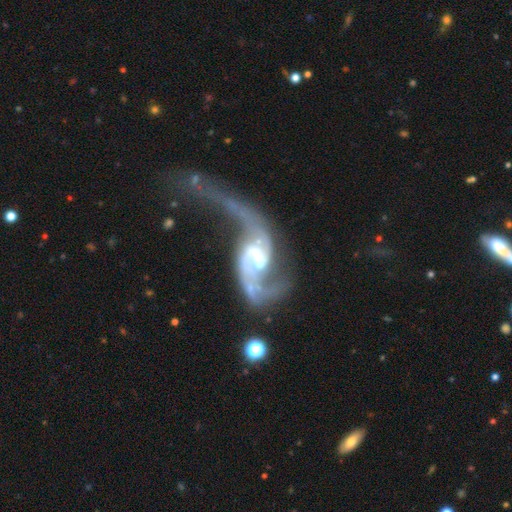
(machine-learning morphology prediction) A featured or disk galaxy (89%) with a weak bar (50%), 2 (88%) loose (80%) spiral arms (95%) and a moderate central bulge (51%). Merging: major disturbance (36%).